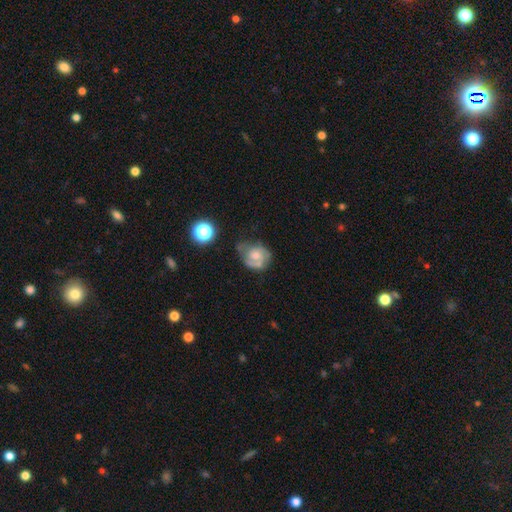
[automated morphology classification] Smooth or featured? Predicted: featured or disk (p=0.61). Edge-on disk? Predicted: no (p=0.97). Bar? Predicted: no (p=0.75). Spiral arms? Predicted: yes (p=0.77). Bulge size? Predicted: moderate (p=0.47). Merging? Predicted: none (p=0.43).